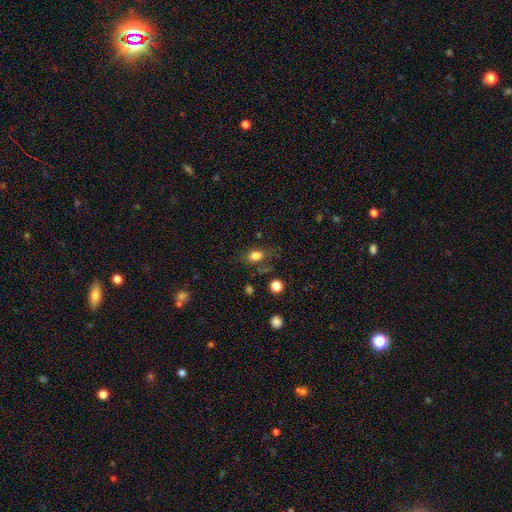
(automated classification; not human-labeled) The model was most divided on "merging": none: 61%, minor disturbance: 23%, major disturbance: 13%, merger: 4%. More confident: smooth or featured — smooth (78%); how rounded — in between (72%).